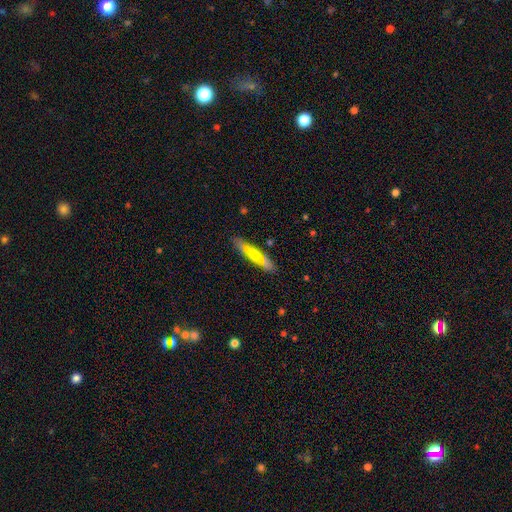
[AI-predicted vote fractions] smooth_or_featured: smooth (p=0.51) [alt: featured or disk p=0.43]
how_rounded: cigar-shaped (p=0.83) [alt: in between p=0.15]
merging: none (p=0.77) [alt: minor disturbance p=0.15]